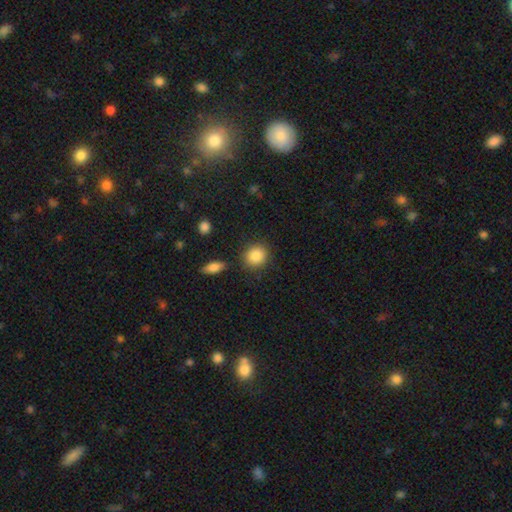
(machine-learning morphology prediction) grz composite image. It shows a smooth galaxy with no disk features (87%) that is round (81%). Merging: none (84%).